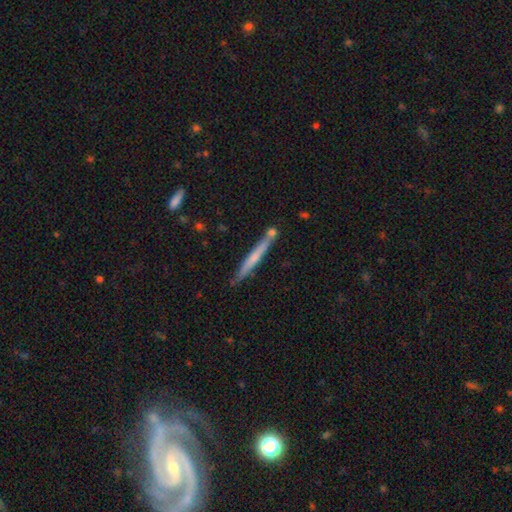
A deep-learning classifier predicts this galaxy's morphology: This is possibly a featured or disk galaxy (55%). It is clearly viewed edge-on (93%). Edge-on bulge: possibly none (56%). Merging: clearly none (82%).